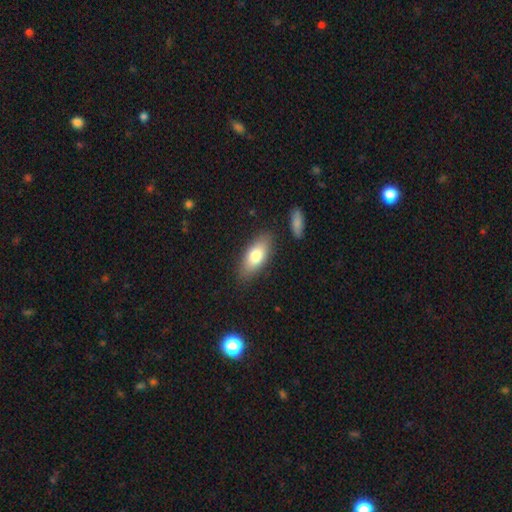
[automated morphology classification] Smooth or featured? Predicted: smooth (p=0.77). How rounded? Predicted: in between (p=0.83). Merging? Predicted: none (p=0.82).